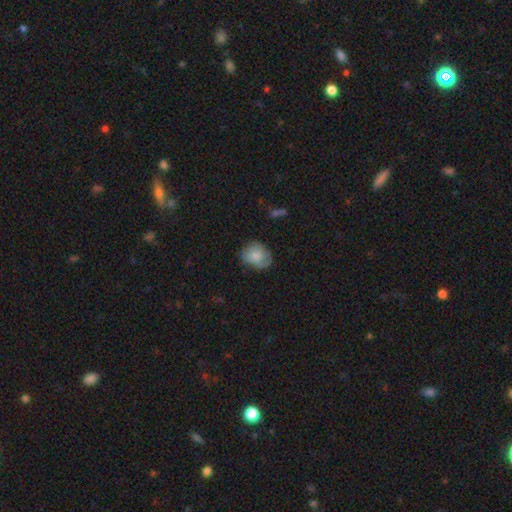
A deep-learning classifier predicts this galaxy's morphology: smooth_or_featured: smooth (p=0.70) [alt: featured or disk p=0.22]
how_rounded: round (p=0.55) [alt: in between p=0.44]
merging: none (p=0.61) [alt: minor disturbance p=0.28]